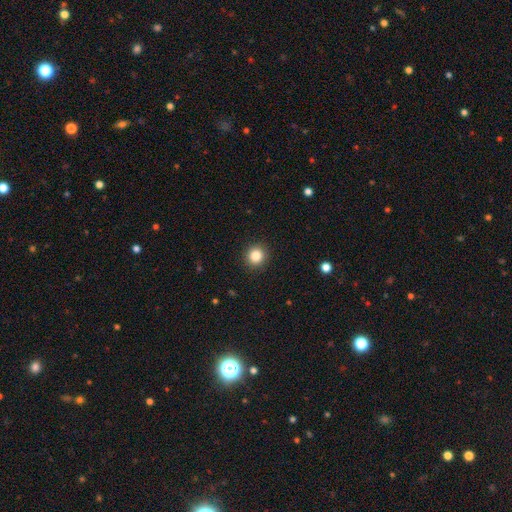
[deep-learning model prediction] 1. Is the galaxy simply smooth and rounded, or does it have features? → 85% smooth, 11% star or artifact, 4% featured or disk.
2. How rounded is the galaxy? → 92% round, 7% in between, 1% cigar-shaped.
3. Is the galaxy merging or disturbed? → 91% none, 6% minor disturbance, 2% major disturbance, 1% merger.